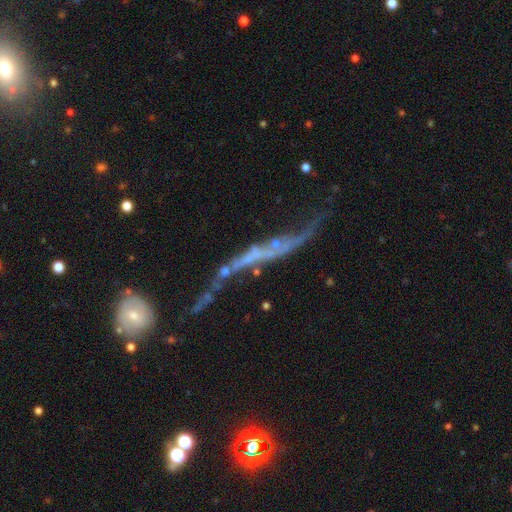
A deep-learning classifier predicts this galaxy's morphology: Smooth or featured? Predicted: featured or disk (p=0.72). Edge-on disk? Predicted: no (p=0.69). Merging? Predicted: major disturbance (p=0.35).